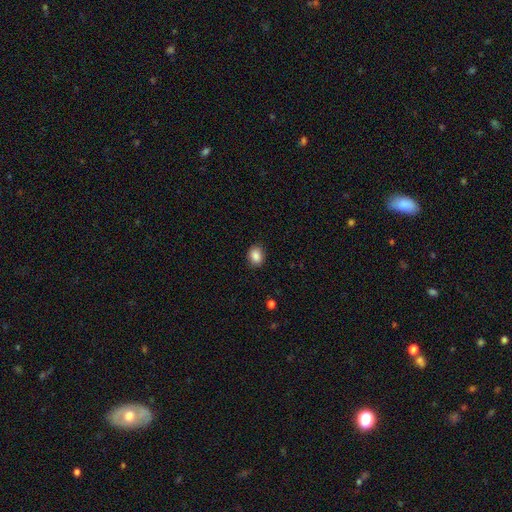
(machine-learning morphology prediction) Smooth or featured?
  - smooth: 86% *
  - star or artifact: 9%
  - featured or disk: 5%
How rounded?
  - in between: 50% *
  - round: 49%
  - cigar-shaped: 1%
Merging?
  - none: 87% *
  - minor disturbance: 10%
  - major disturbance: 2%
  - merger: 1%